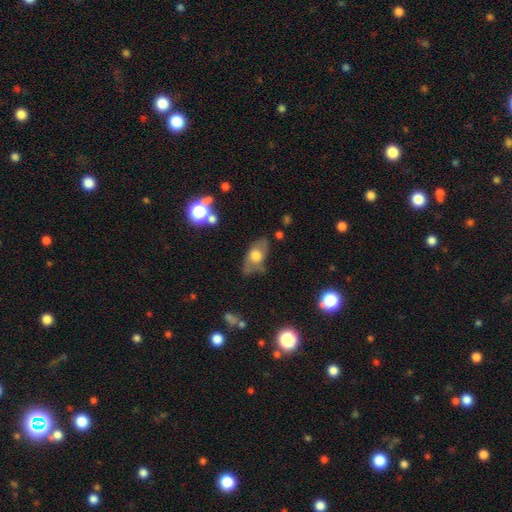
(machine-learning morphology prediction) smooth 53%, featured or disk 38%, star or artifact 10%. Down the decision tree: how rounded — in between (85%); merging — none (59%).